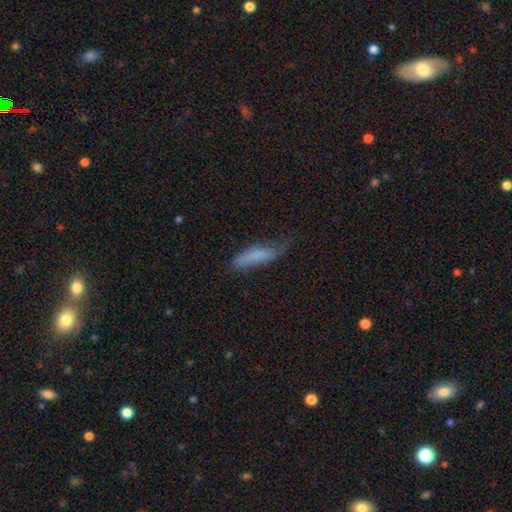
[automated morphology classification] Smooth or featured? Predicted: smooth (p=0.70). How rounded? Predicted: cigar-shaped (p=0.67). Merging? Predicted: none (p=0.45).